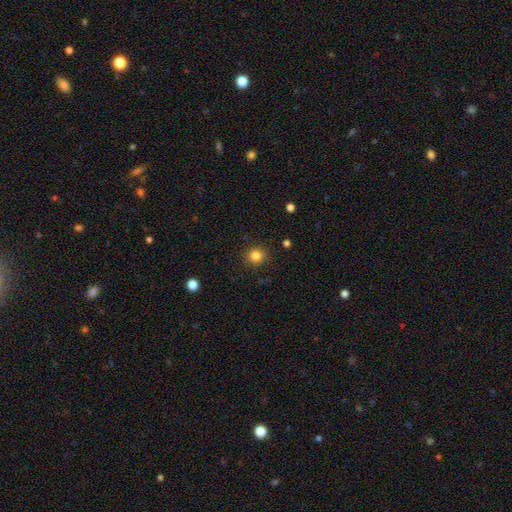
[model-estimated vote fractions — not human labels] Overall: smooth (83%). How rounded: round (91%). Merging: none (90%).